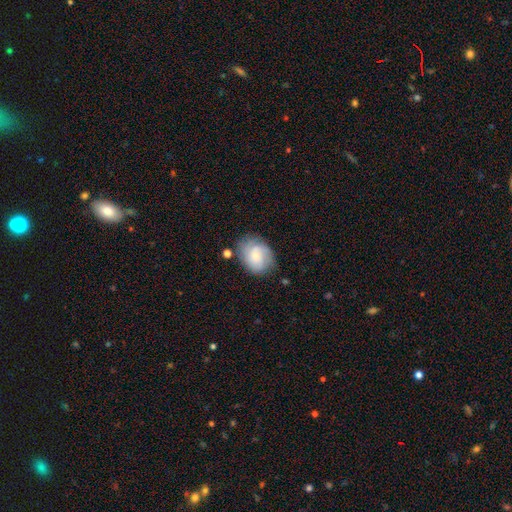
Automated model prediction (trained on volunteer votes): Smooth or featured? smooth (55%)
How rounded? in between (62%)
Merging? none (66%)